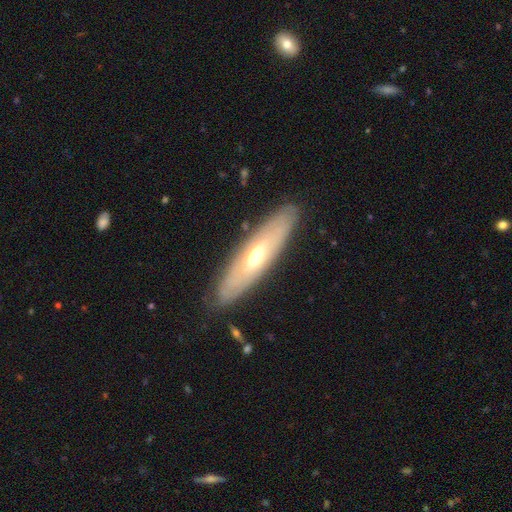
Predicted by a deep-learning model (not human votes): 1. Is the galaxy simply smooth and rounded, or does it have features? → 57% featured or disk, 37% smooth, 6% star or artifact.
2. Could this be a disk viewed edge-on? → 53% no, 47% yes.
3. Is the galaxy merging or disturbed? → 85% none, 11% minor disturbance, 3% major disturbance, 1% merger.